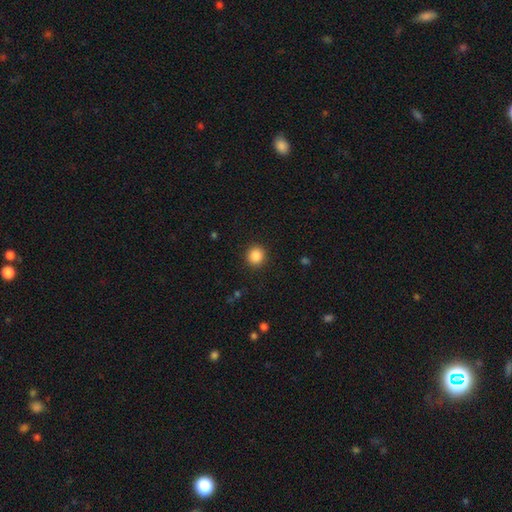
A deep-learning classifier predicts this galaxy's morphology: A smooth galaxy with no disk features (86%) that is round (91%).

Vote fractions:
- Smooth or featured? smooth: 86% / star or artifact: 10% / featured or disk: 4%
- How rounded? round: 91% / in between: 8% / cigar-shaped: 1%
- Merging? none: 92% / minor disturbance: 5% / major disturbance: 2% / merger: 1%